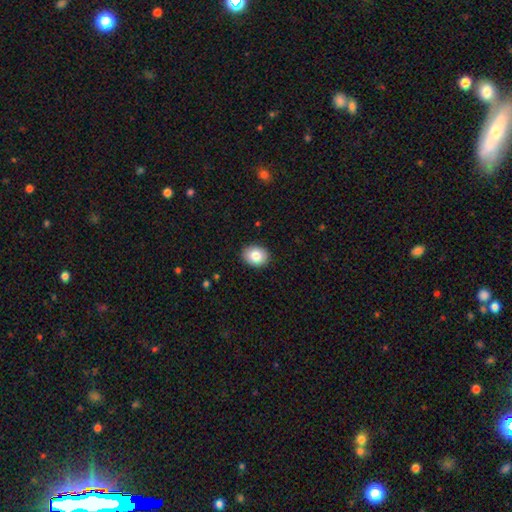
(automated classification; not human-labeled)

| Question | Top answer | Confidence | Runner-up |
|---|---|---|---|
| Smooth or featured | smooth | 83% | featured or disk (9%) |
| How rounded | in between | 56% | round (43%) |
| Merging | none | 90% | minor disturbance (7%) |